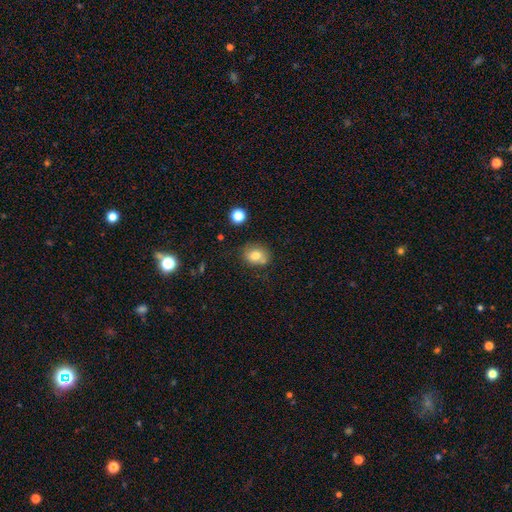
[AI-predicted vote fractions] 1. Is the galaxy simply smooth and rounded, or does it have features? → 76% smooth, 13% featured or disk, 10% star or artifact.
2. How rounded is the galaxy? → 52% round, 47% in between, 1% cigar-shaped.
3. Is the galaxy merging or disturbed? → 65% none, 17% minor disturbance, 14% merger, 4% major disturbance.